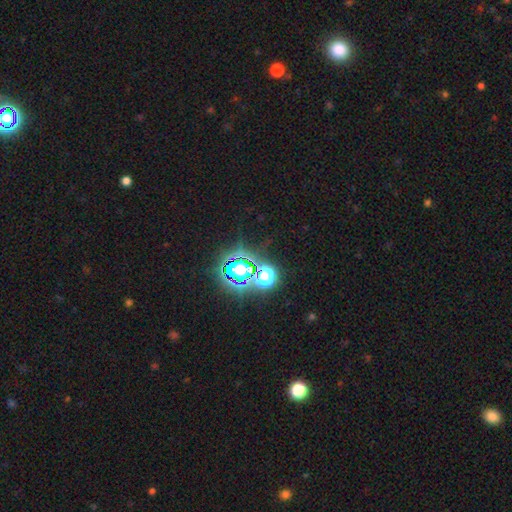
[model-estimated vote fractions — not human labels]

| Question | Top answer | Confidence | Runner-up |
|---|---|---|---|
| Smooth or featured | star or artifact | 71% | smooth (19%) |